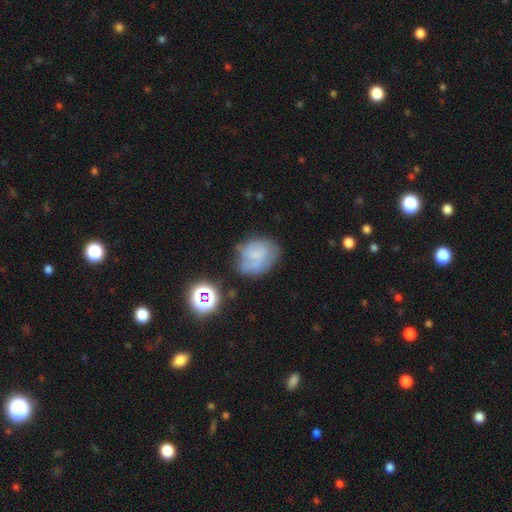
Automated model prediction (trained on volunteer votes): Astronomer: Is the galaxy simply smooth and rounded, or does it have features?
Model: smooth — 52% (runner-up: featured or disk, 33%).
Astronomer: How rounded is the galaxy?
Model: in between — 54% (runner-up: round, 45%).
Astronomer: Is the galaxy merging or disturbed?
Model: none — 46% (runner-up: minor disturbance, 30%).